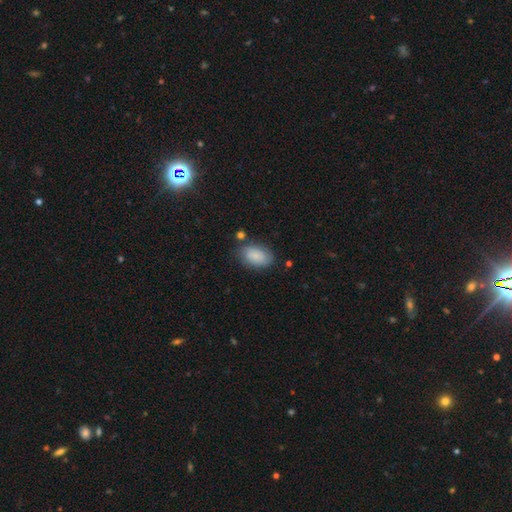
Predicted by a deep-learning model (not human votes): A smooth galaxy with no disk features (84%) that is in between round and cigar-shaped (92%). Merging: none (74%).